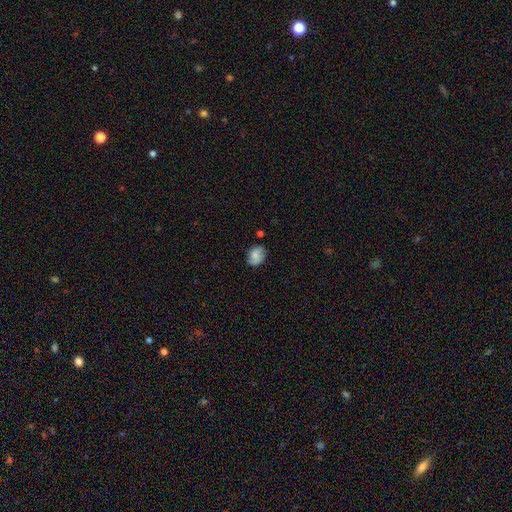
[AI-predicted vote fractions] smooth-or-featured: smooth: 71% | featured or disk: 21% | star or artifact: 9%
  how-rounded: in between: 56% | round: 43% | cigar-shaped: 1%
  merging: none: 72% | minor disturbance: 21% | major disturbance: 5% | merger: 2%